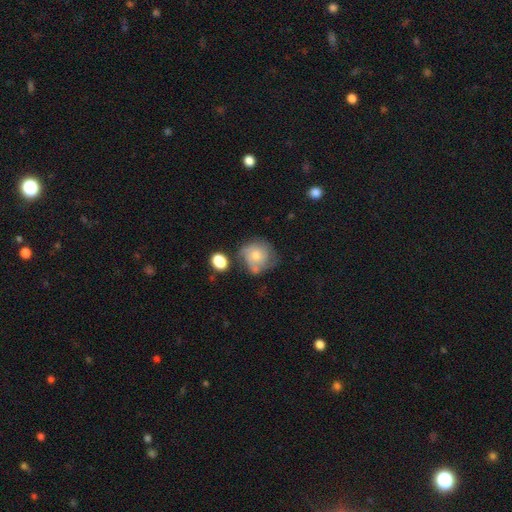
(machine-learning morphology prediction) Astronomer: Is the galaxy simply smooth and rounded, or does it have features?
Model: smooth — 50% (runner-up: featured or disk, 41%).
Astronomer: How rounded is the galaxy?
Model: round — 80%.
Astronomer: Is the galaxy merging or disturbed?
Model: none — 49% (runner-up: minor disturbance, 27%).